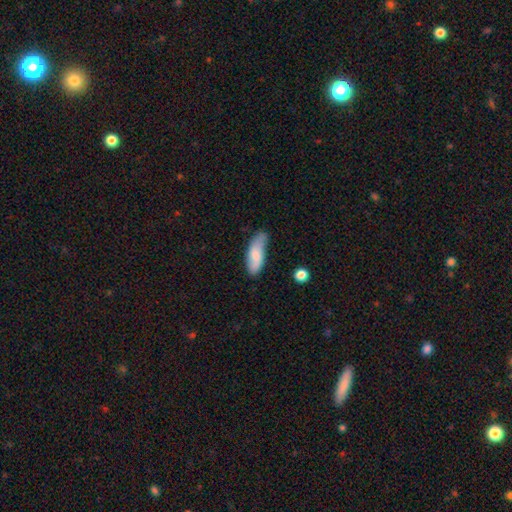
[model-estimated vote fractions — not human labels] smooth 74%, featured or disk 20%, star or artifact 6%. Down the decision tree: how rounded — in between (71%); merging — none (56%).